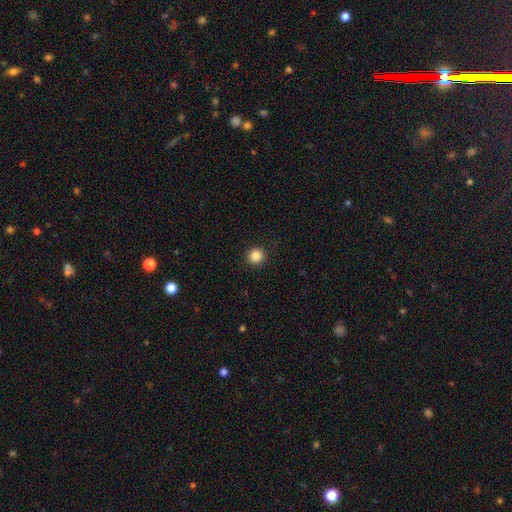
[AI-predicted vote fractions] Smooth or featured: smooth — 86% (star or artifact — 11%)
How rounded: round — 94% (in between — 5%)
Merging: none — 92% (minor disturbance — 5%)